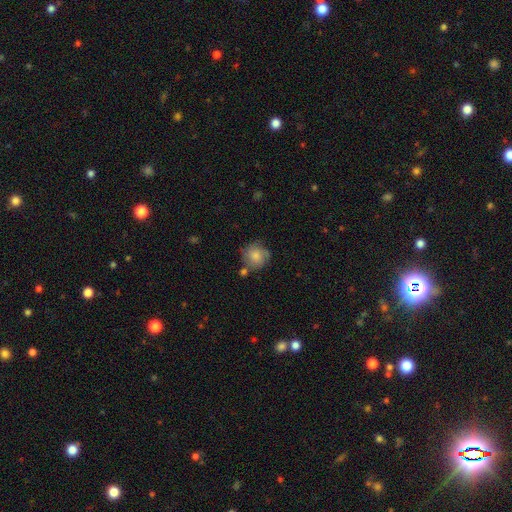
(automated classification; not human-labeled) A smooth galaxy with no disk features (77%) that is round (88%). Merging: none (64%).